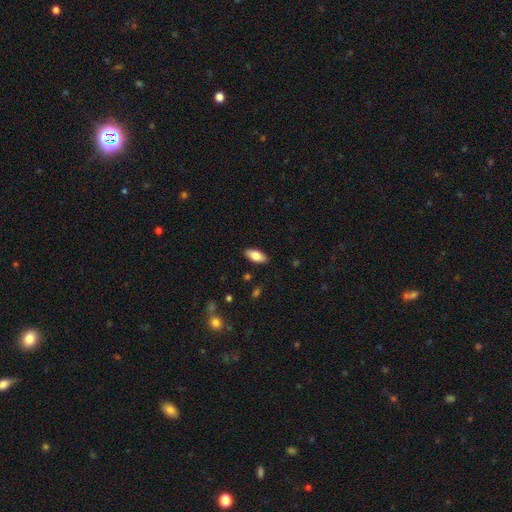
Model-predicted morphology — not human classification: Overall: smooth (80%). How rounded: in between (88%). Merging: none (88%).